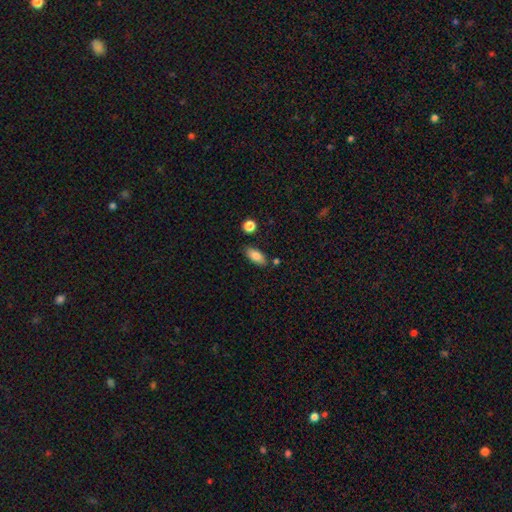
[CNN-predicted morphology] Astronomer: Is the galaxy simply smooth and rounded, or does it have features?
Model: smooth — 82%.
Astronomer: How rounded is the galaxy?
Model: in between — 84%.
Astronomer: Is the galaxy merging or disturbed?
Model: none — 81%.